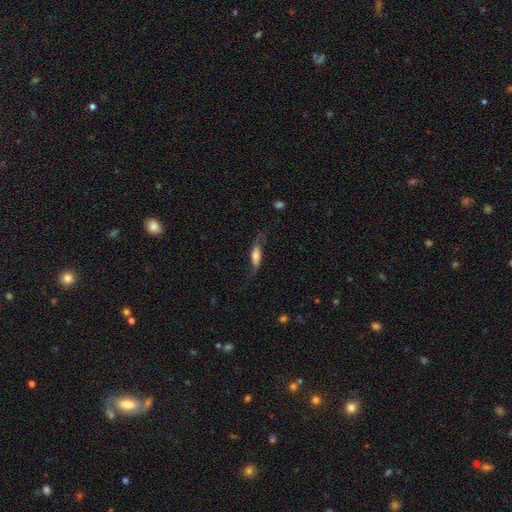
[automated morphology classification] Smooth or featured? Predicted: featured or disk (p=0.47). Merging? Predicted: none (p=0.55).